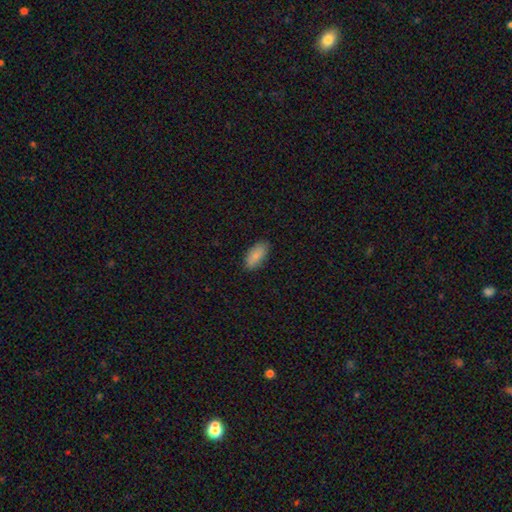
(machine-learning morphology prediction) smooth 84%, featured or disk 9%, star or artifact 7%. Down the decision tree: how rounded — in between (90%); merging — none (85%).